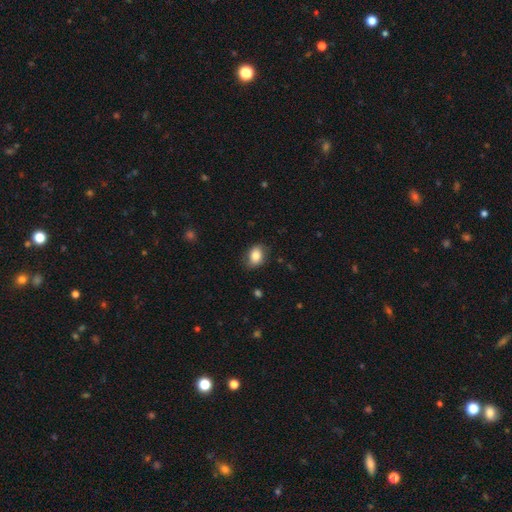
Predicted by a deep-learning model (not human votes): Smooth or featured: smooth — 81% (featured or disk — 11%)
How rounded: in between — 67% (round — 32%)
Merging: none — 78% (minor disturbance — 17%)